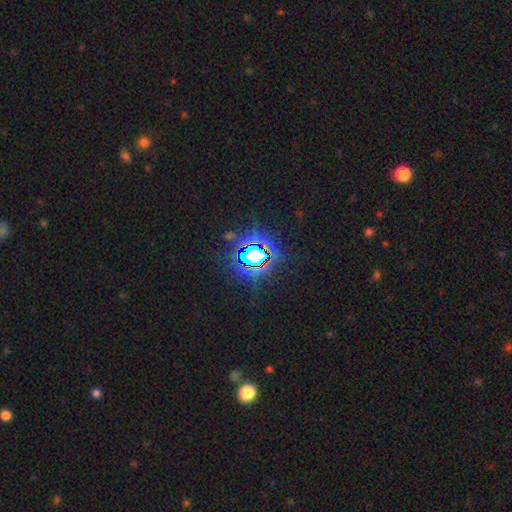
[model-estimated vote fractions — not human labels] A star or artifact, not a galaxy (80%).